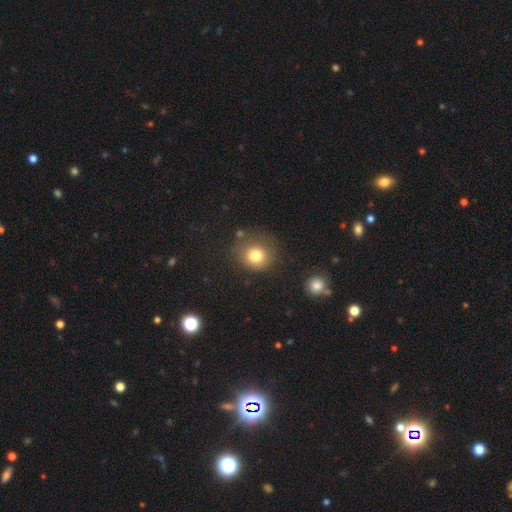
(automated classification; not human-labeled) smooth 79%, star or artifact 11%, featured or disk 9%. Down the decision tree: how rounded — round (84%); merging — none (72%).